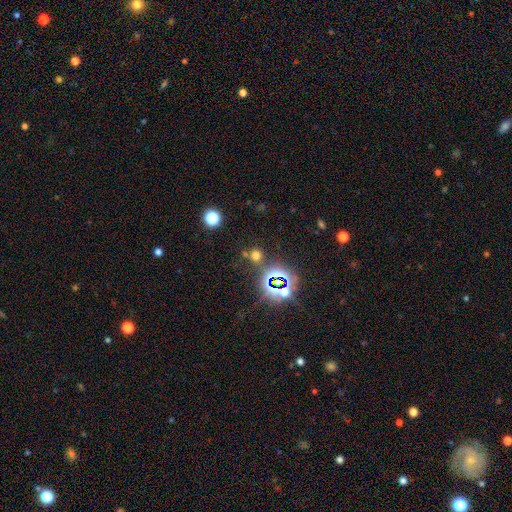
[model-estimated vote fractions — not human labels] smooth-or-featured: smooth: 49% | star or artifact: 43% | featured or disk: 7%
  merging: none: 77% | merger: 11% | minor disturbance: 8% | major disturbance: 4%